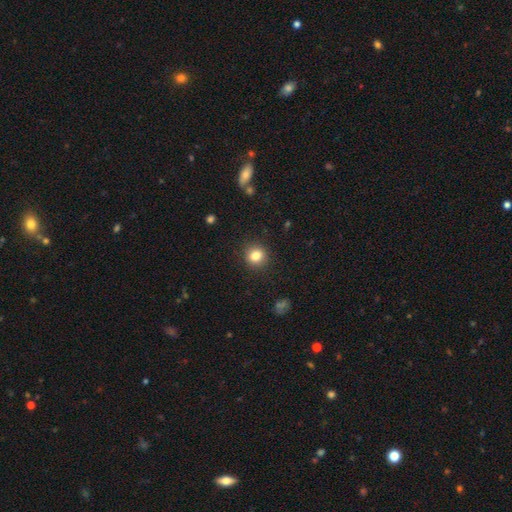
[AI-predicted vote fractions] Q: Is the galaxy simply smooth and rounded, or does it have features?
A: smooth — 83%.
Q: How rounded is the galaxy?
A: round — 88%.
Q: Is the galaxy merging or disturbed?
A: none — 91%.